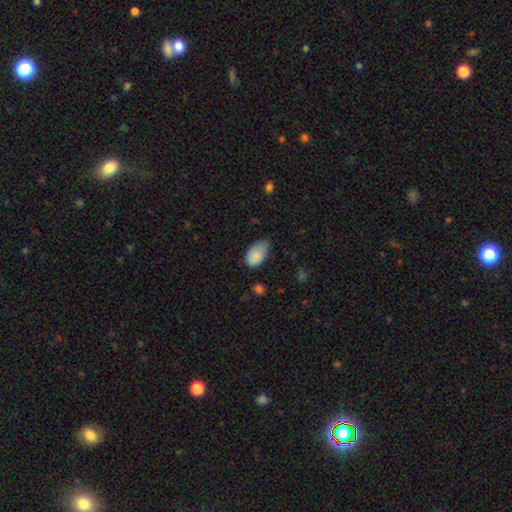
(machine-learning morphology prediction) Smooth or featured? Predicted: smooth (p=0.85). How rounded? Predicted: in between (p=0.92). Merging? Predicted: minor disturbance (p=0.49).